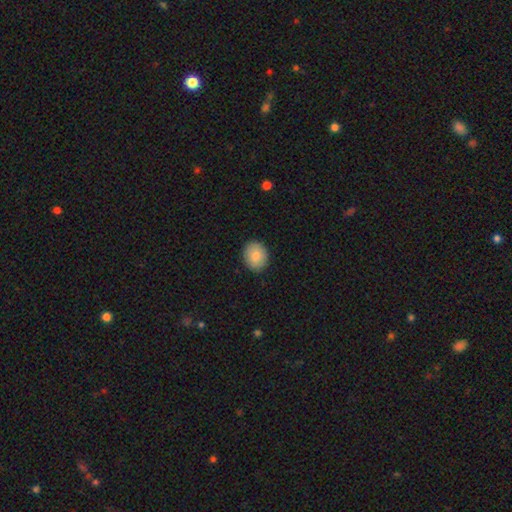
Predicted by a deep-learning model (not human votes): smooth_or_featured: smooth (p=0.84) [alt: featured or disk p=0.09]
how_rounded: round (p=0.54) [alt: in between p=0.45]
merging: none (p=0.89) [alt: minor disturbance p=0.08]